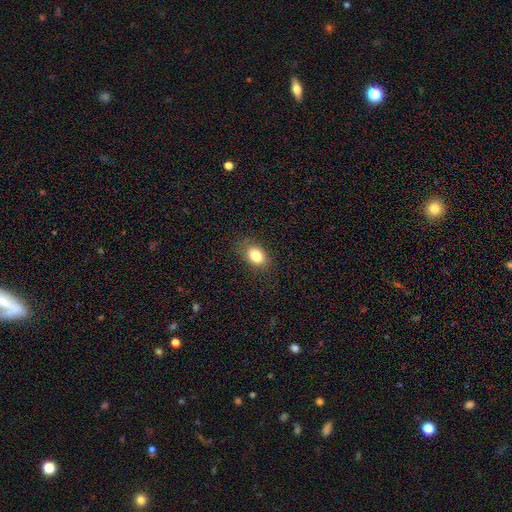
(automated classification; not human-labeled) smooth_or_featured: smooth (p=0.83) [alt: star or artifact p=0.09]
how_rounded: in between (p=0.83) [alt: round p=0.16]
merging: none (p=0.82) [alt: minor disturbance p=0.13]